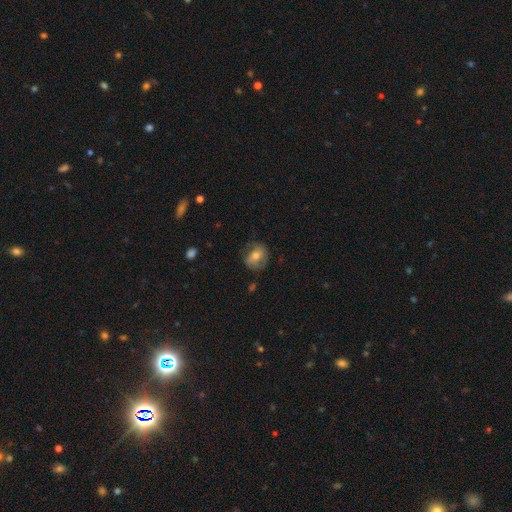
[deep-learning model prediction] This is possibly a smooth galaxy (57%). How rounded: possibly round (55%). Merging: likely none (63%).